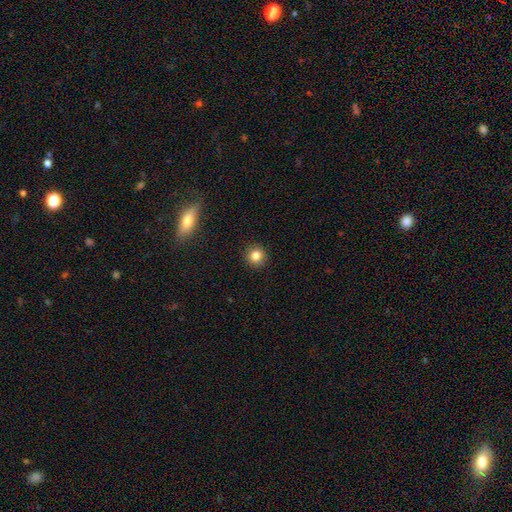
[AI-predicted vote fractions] This appears to be a smooth galaxy with no disk features (83%) that is round (92%). Merging: none (91%).